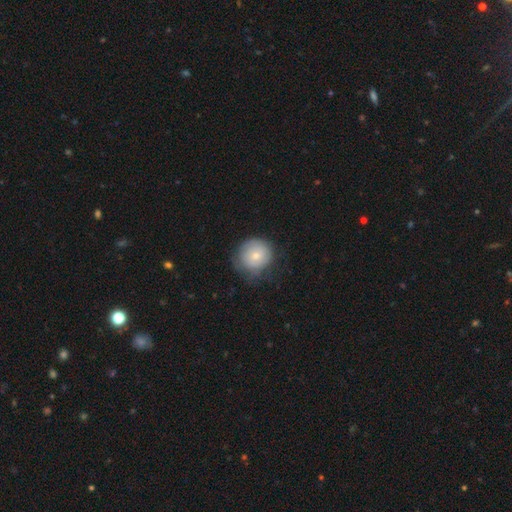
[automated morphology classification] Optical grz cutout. It shows a smooth galaxy with no disk features (71%) that is round (90%). Merging: none (59%).